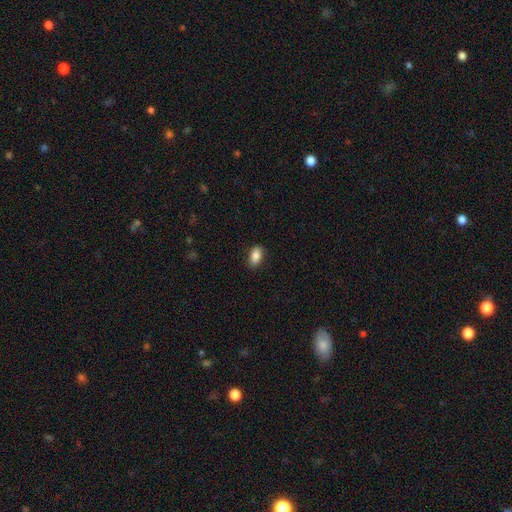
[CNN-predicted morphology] This appears to be a smooth galaxy with no disk features (86%) that is in between round and cigar-shaped (91%). Merging: none (86%).